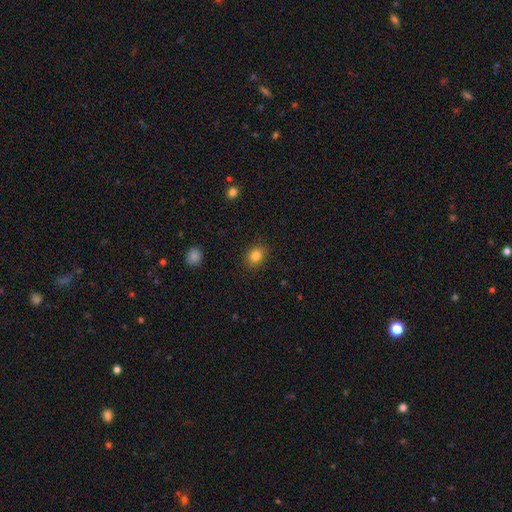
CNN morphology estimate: A smooth galaxy with no disk features (83%) that is round (51%). Merging: none (88%).